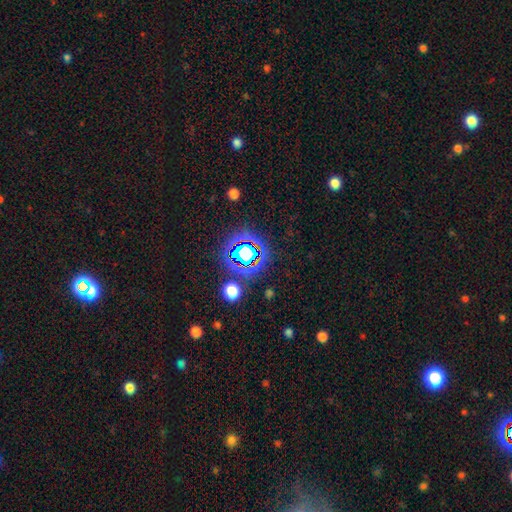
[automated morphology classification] The model was most divided on "smooth or featured": star or artifact: 78%, smooth: 14%, featured or disk: 8%.